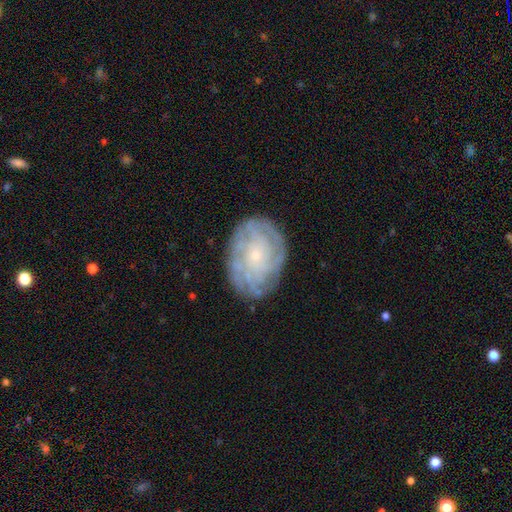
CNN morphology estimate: featured or disk 72%, smooth 20%, star or artifact 8%. Down the decision tree: edge-on disk — no (96%); bar — no (82%); spiral arms — yes (85%); spiral arm count — can't tell (53%); spiral winding — tight (75%); bulge size — small (80%); merging — none (78%).